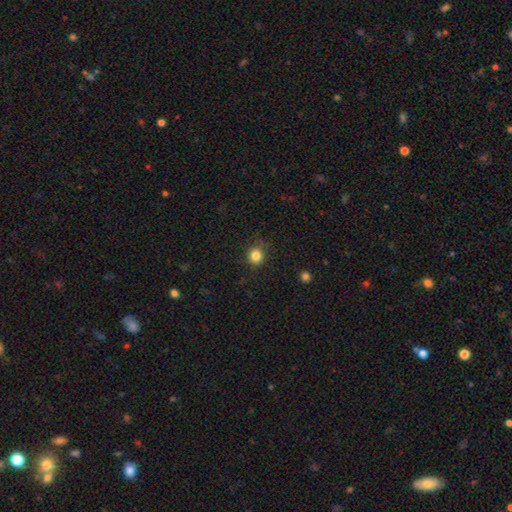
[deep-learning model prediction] A smooth galaxy with no disk features (84%) that is round (86%). Merging: none (85%).